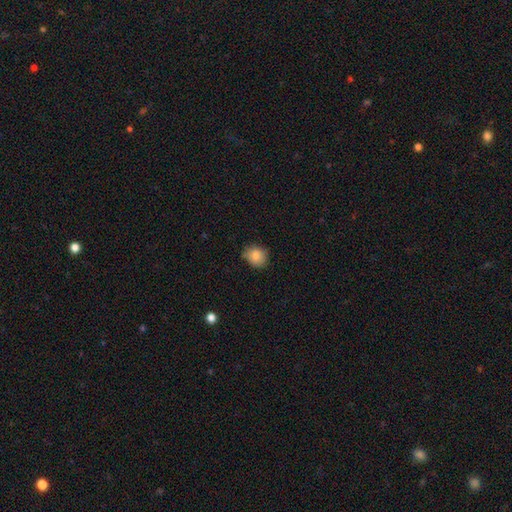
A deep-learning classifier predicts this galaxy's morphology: A smooth galaxy with no disk features (83%) that is round (69%).

Vote fractions:
- Smooth or featured? smooth: 83% / star or artifact: 9% / featured or disk: 8%
- How rounded? round: 69% / in between: 30% / cigar-shaped: 1%
- Merging? none: 71% / minor disturbance: 24% / major disturbance: 4% / merger: 1%